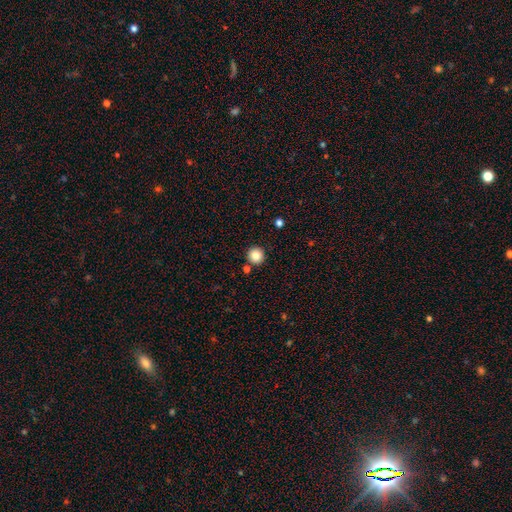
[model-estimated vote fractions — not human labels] smooth 85%, star or artifact 10%, featured or disk 5%. Down the decision tree: how rounded — round (95%); merging — none (88%).